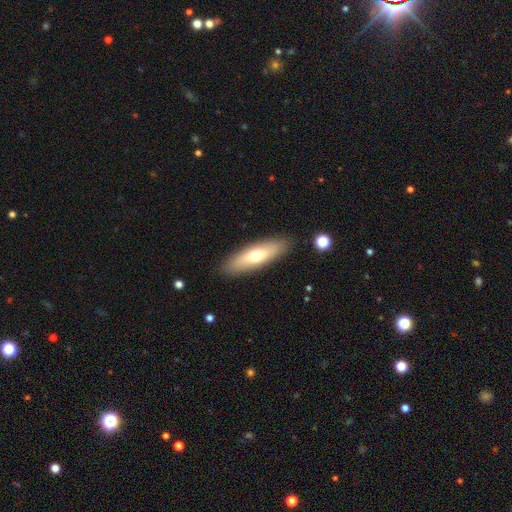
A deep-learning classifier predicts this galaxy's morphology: This is likely a smooth galaxy (60%). How rounded: possibly cigar-shaped (57%). Merging: clearly none (88%).